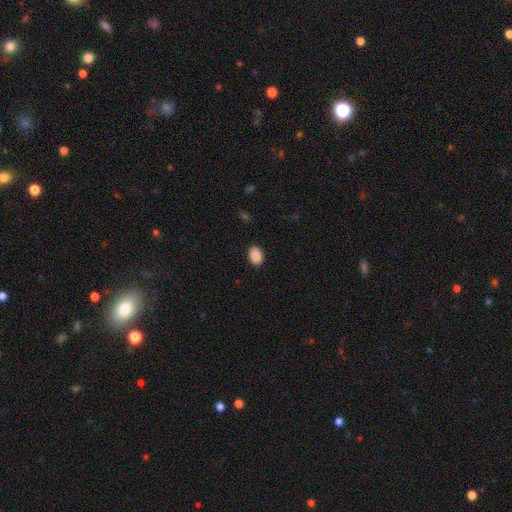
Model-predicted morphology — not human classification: This appears to be a smooth galaxy with no disk features (90%) that is in between round and cigar-shaped (79%). Merging: none (89%).